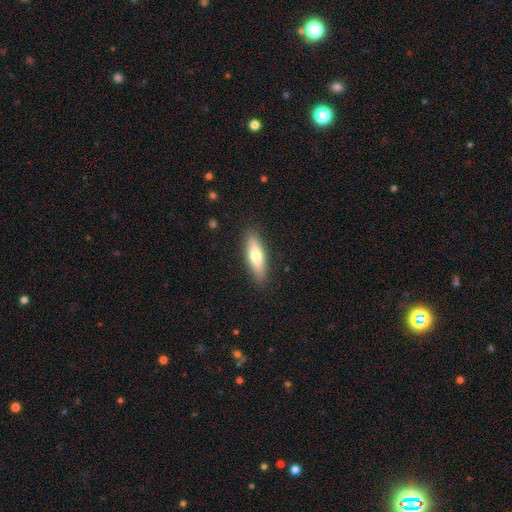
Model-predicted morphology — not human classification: This is likely a smooth galaxy (65%). How rounded: likely cigar-shaped (60%). Merging: clearly none (88%).